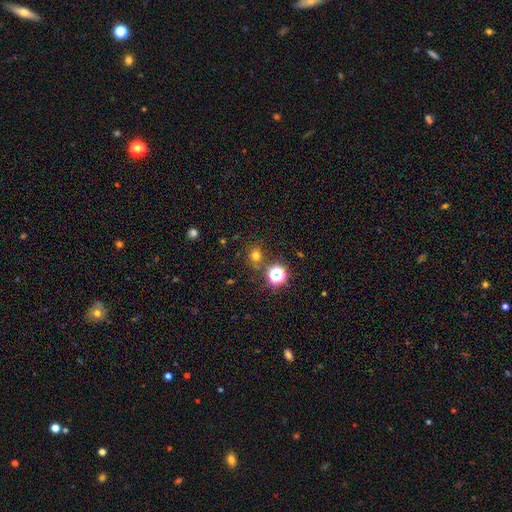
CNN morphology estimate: The model was most divided on "smooth or featured": smooth: 68%, star or artifact: 25%, featured or disk: 7%. More confident: how rounded — round (86%); merging — none (81%).